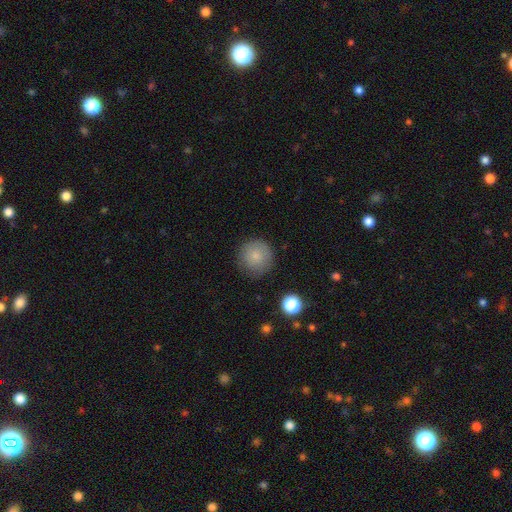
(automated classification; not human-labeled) This is clearly a smooth galaxy (82%). How rounded: clearly round (95%). Merging: clearly none (84%).